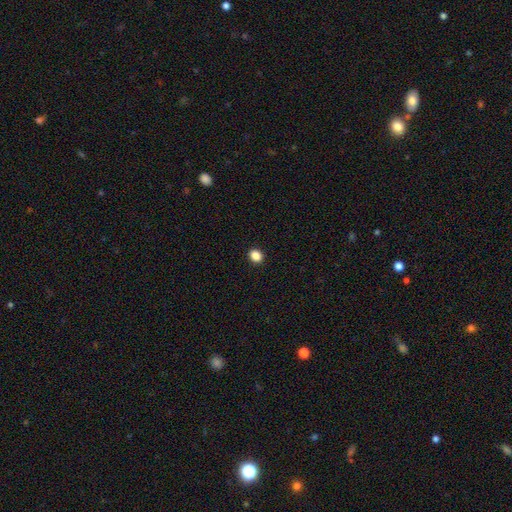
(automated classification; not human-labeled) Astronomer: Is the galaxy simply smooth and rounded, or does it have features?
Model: smooth — 87%.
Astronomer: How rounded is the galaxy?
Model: round — 63%.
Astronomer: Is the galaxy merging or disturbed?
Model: none — 92%.